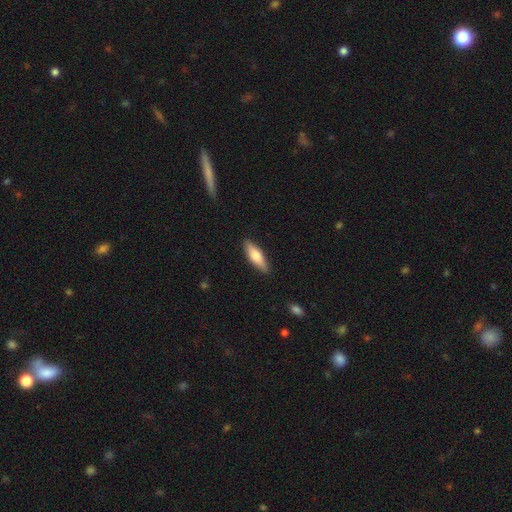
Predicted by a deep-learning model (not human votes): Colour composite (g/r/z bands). It shows a smooth galaxy with no disk features (68%) that is cigar-shaped (54%). Merging: none (89%).